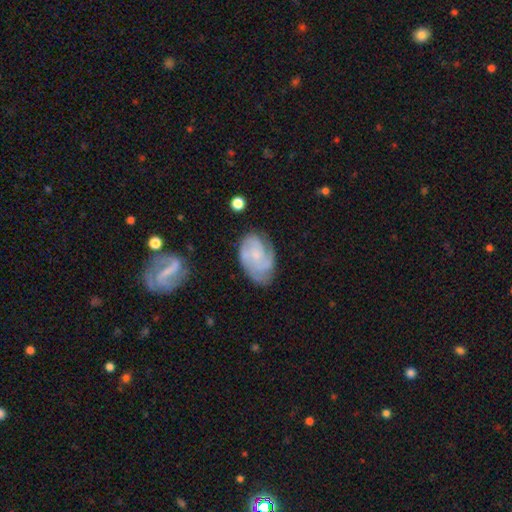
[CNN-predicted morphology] Smooth or featured? featured or disk (75%)
Edge-on disk? no (97%)
Bar? no (68%)
Spiral arms? yes (93%)
Spiral winding? tight (52%)
Spiral arm count? 3 (31%)
Bulge size? small (62%)
Merging? none (66%)